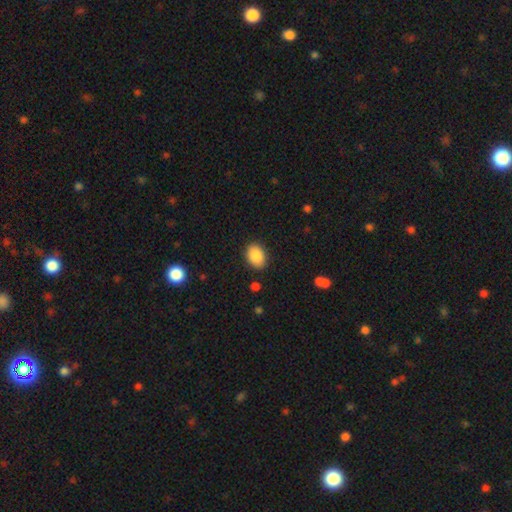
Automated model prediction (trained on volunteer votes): A smooth galaxy with no disk features (88%) that is in between round and cigar-shaped (77%).

Vote fractions:
- Smooth or featured? smooth: 88% / star or artifact: 7% / featured or disk: 4%
- How rounded? in between: 77% / round: 22% / cigar-shaped: 1%
- Merging? none: 88% / minor disturbance: 9% / major disturbance: 2% / merger: 1%